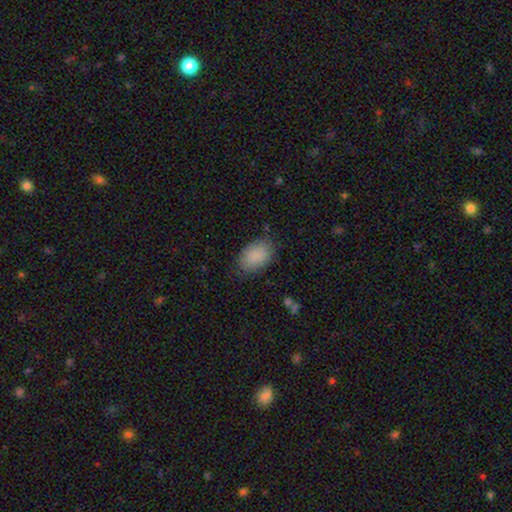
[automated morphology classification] smooth-or-featured: smooth: 89% | star or artifact: 7% | featured or disk: 5%
  how-rounded: in between: 89% | round: 10% | cigar-shaped: 1%
  merging: none: 78% | minor disturbance: 17% | major disturbance: 4% | merger: 1%